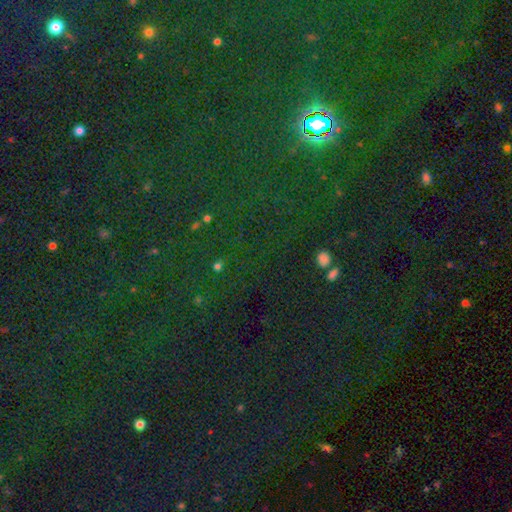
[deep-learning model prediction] Smooth or featured?
  - star or artifact: 81% *
  - smooth: 12%
  - featured or disk: 7%